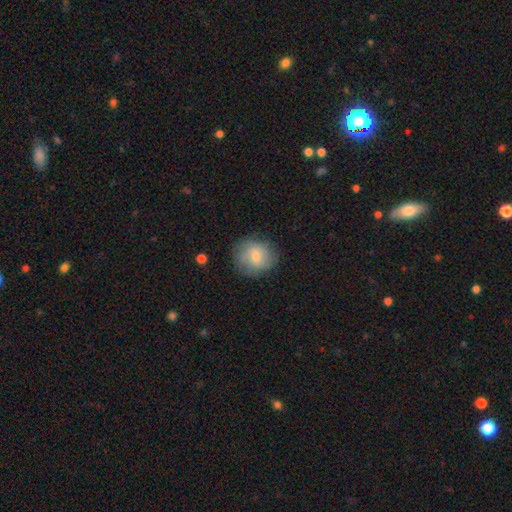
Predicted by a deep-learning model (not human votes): Smooth or featured: smooth — 69% (featured or disk — 22%)
How rounded: round — 76% (in between — 23%)
Merging: none — 79% (minor disturbance — 15%)